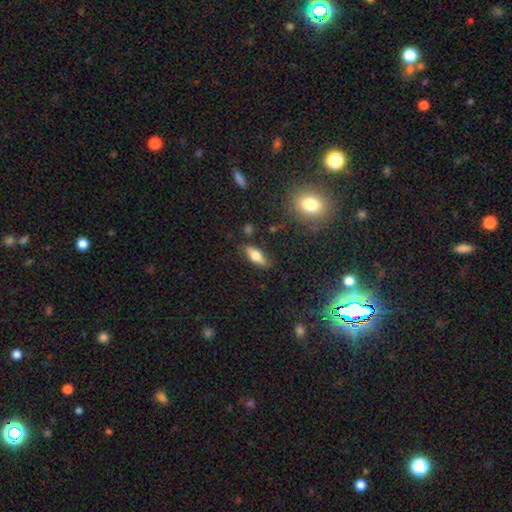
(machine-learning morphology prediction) Smooth or featured: smooth — 62% (featured or disk — 31%)
How rounded: in between — 67% (cigar-shaped — 30%)
Merging: none — 81% (minor disturbance — 13%)